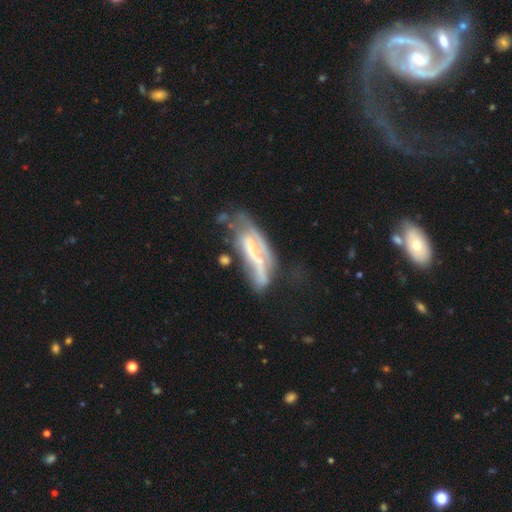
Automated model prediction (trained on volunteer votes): Overall: featured or disk (62%; smooth 28%). Edge-on disk: no (72%). Merging: major disturbance (31%; none 29%).